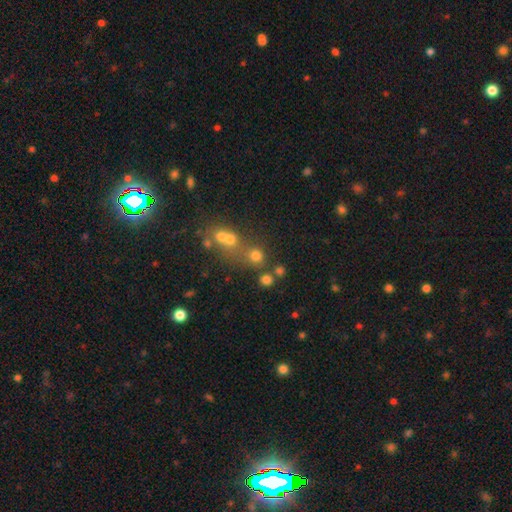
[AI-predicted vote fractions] A smooth galaxy with no disk features (69%) that is round (86%). Merging: none (57%).